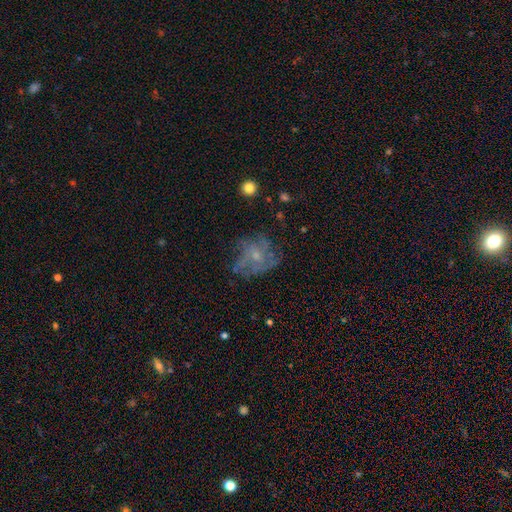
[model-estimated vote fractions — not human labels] A featured or disk galaxy (61%) with no bar (82%), spiral arms (63%) and a small central bulge (65%). Merging: none (54%).